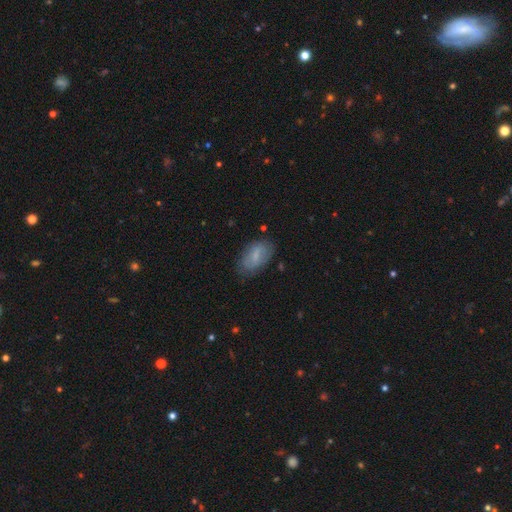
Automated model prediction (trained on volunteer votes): Smooth or featured? Predicted: smooth (p=0.66). How rounded? Predicted: in between (p=0.92). Merging? Predicted: none (p=0.73).